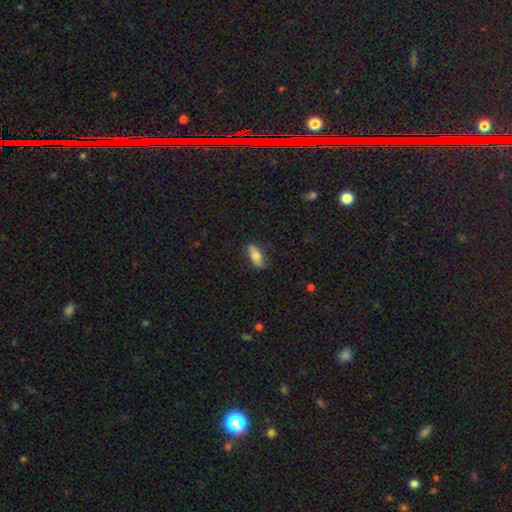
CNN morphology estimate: This appears to be a smooth galaxy with no disk features (70%) that is in between round and cigar-shaped (70%). Merging: none (80%).